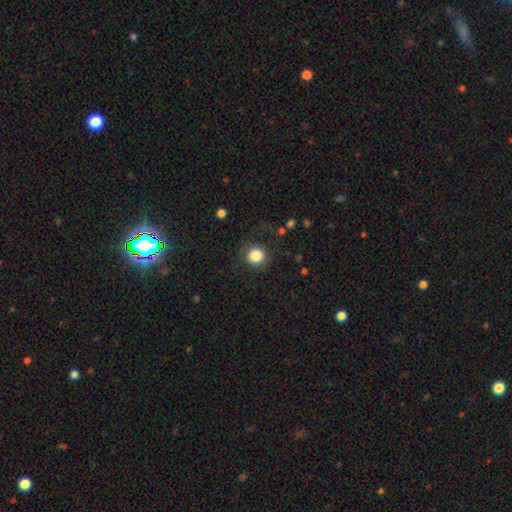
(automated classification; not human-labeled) Morphology: type=smooth (85%); roundness=round (92%); merging=none (82%).